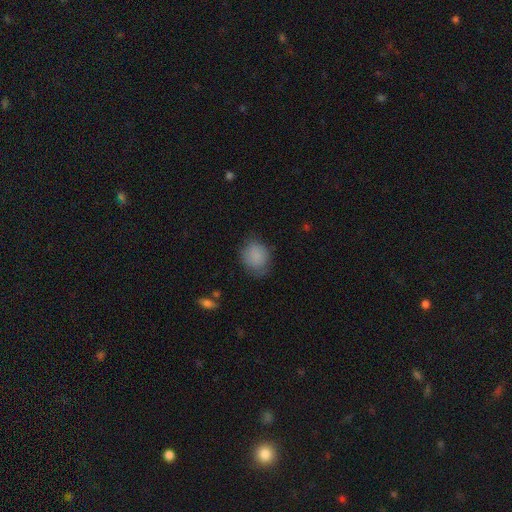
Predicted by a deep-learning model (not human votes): Morphology: type=smooth (85%); roundness=round (66%); merging=none (72%).